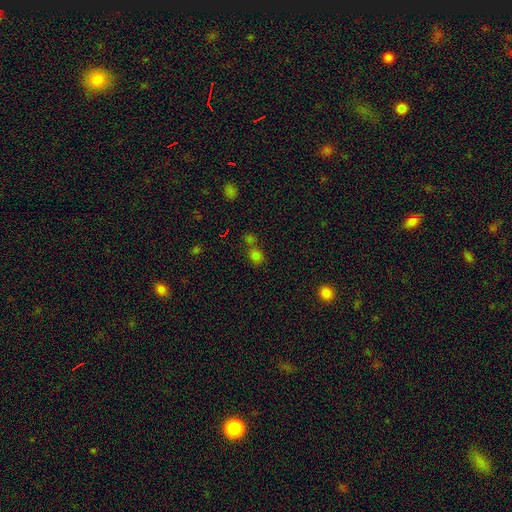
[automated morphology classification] Overall: smooth (71%). How rounded: round (78%). Merging: none (56%; merger 31%).